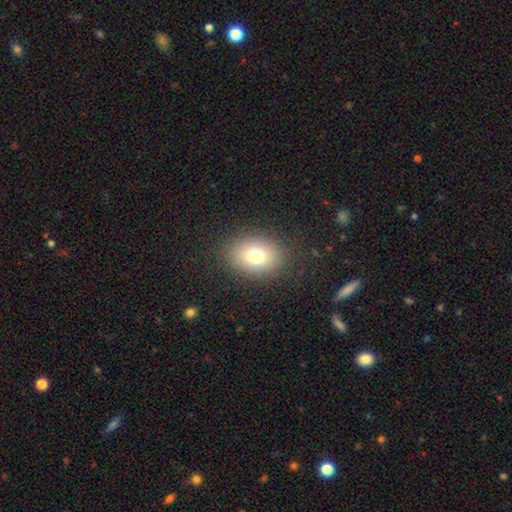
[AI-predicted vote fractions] Smooth or featured? smooth (76%)
How rounded? in between (63%)
Merging? none (86%)